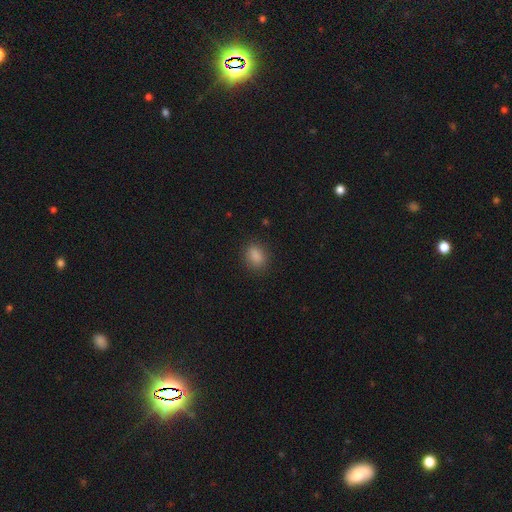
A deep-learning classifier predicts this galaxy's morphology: This appears to be a smooth galaxy with no disk features (85%) that is in between round and cigar-shaped (62%). Merging: none (84%).